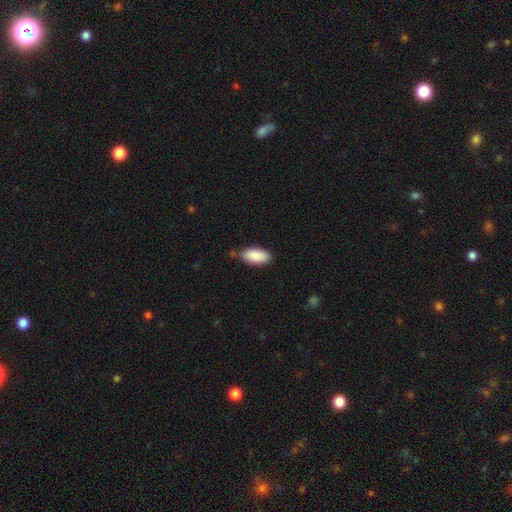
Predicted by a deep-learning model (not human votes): Q: Smooth or featured?
A: smooth (90%); runner-up: star or artifact (6%)
Q: How rounded?
A: in between (92%); runner-up: cigar-shaped (6%)
Q: Merging?
A: none (77%); runner-up: minor disturbance (17%)